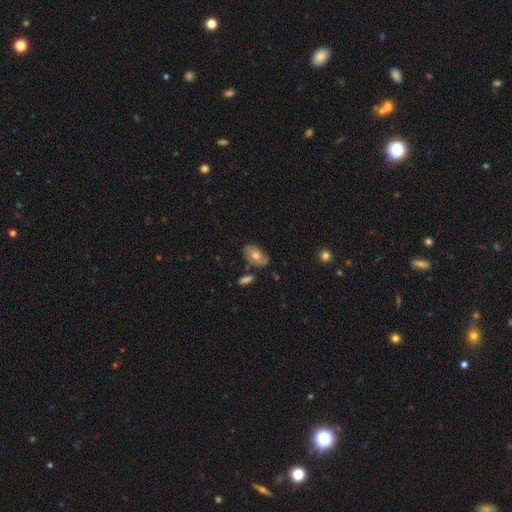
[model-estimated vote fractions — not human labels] Smooth or featured: smooth — 47% (featured or disk — 44%)
Merging: none — 69% (minor disturbance — 20%)